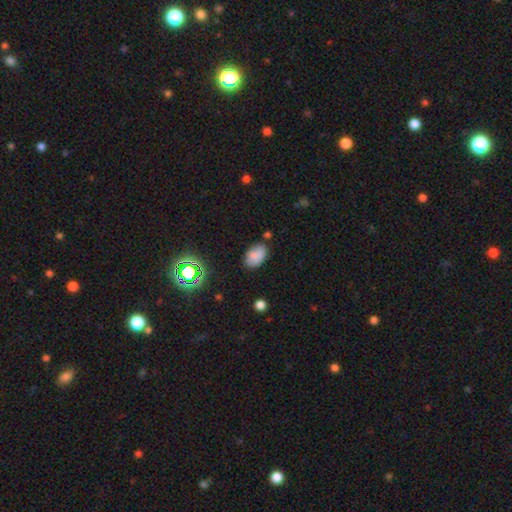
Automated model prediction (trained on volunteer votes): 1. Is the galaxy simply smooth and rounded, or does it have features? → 80% smooth, 13% star or artifact, 7% featured or disk.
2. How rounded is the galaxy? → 91% in between, 8% round, 1% cigar-shaped.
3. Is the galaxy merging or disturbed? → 75% none, 18% minor disturbance, 4% merger, 4% major disturbance.